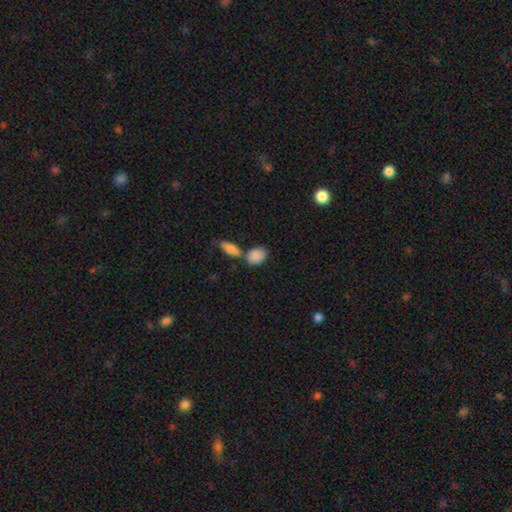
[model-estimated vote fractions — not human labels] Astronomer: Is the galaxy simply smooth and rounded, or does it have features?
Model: smooth — 88%.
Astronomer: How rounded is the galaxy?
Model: in between — 77%.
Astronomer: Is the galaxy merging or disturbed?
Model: none — 53% (runner-up: merger, 31%).